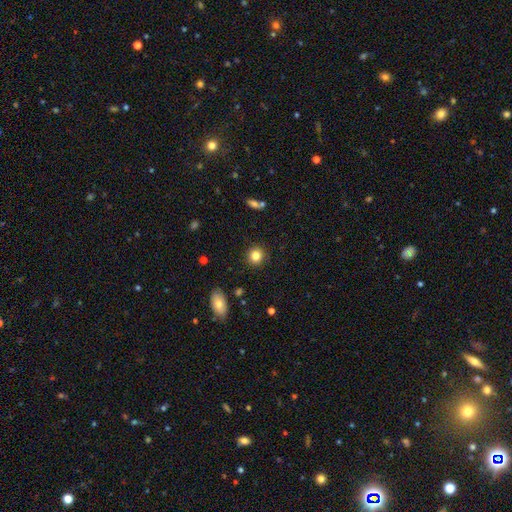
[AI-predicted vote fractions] Smooth or featured? Predicted: smooth (p=0.83). How rounded? Predicted: round (p=0.89). Merging? Predicted: none (p=0.91).